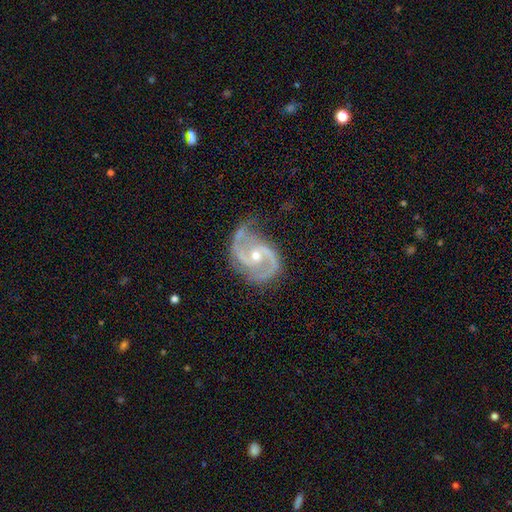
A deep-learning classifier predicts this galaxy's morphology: smooth_or_featured: featured or disk (p=0.92) [alt: star or artifact p=0.05]
disk_edge_on: no (p=0.98) [alt: yes p=0.02]
bar: no (p=0.52) [alt: weak p=0.35]
has_spiral_arms: yes (p=0.98) [alt: no p=0.02]
spiral_winding: medium (p=0.59) [alt: loose p=0.21]
spiral_arm_count: 2 (p=0.90) [alt: 3 p=0.03]
bulge_size: moderate (p=0.49) [alt: small p=0.48]
merging: none (p=0.64) [alt: minor disturbance p=0.24]